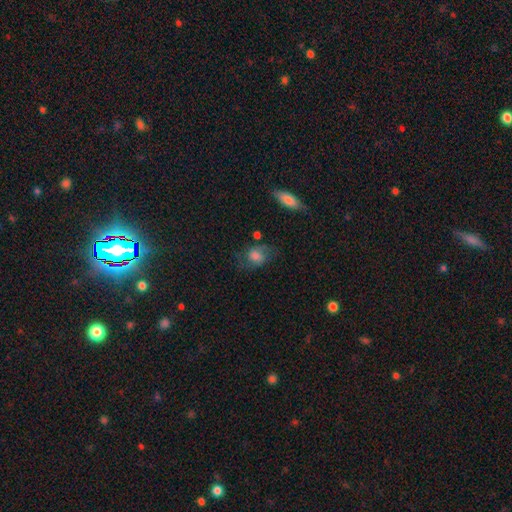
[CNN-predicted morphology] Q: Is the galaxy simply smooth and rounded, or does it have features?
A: smooth — 51%.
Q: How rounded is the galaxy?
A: in between — 50%.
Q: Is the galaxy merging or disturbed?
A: none — 57%.